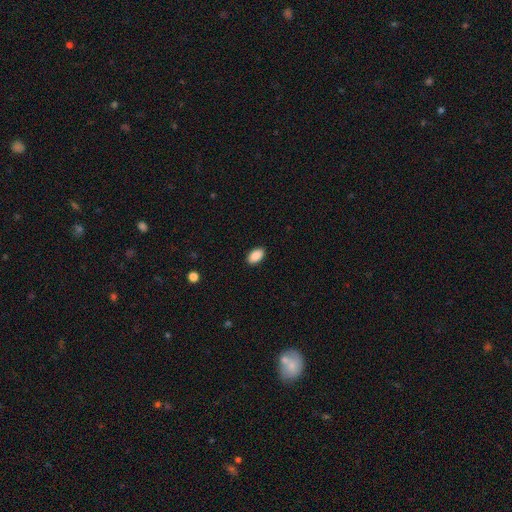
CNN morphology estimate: Overall: smooth (90%). How rounded: in between (93%). Merging: none (89%).